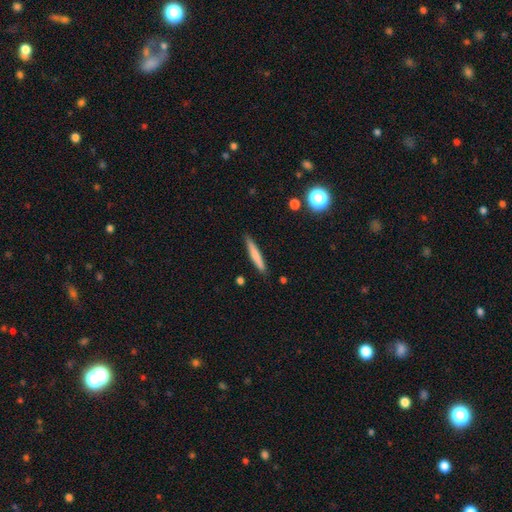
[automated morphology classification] Smooth or featured?
  - smooth: 71% *
  - featured or disk: 23%
  - star or artifact: 6%
How rounded?
  - cigar-shaped: 94% *
  - in between: 5%
  - round: 1%
Merging?
  - none: 87% *
  - minor disturbance: 10%
  - major disturbance: 2%
  - merger: 1%